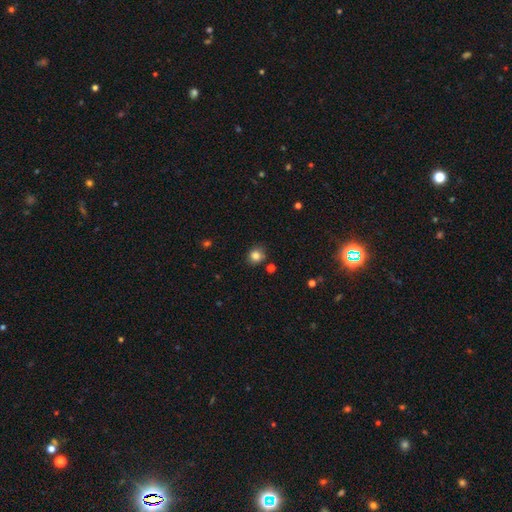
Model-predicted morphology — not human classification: smooth_or_featured: smooth (p=0.82) [alt: star or artifact p=0.12]
how_rounded: round (p=0.82) [alt: in between p=0.17]
merging: none (p=0.85) [alt: minor disturbance p=0.10]